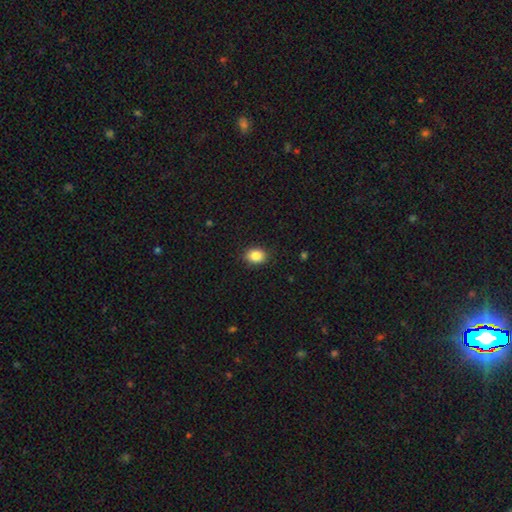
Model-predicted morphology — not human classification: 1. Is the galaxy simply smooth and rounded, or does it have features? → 86% smooth, 9% star or artifact, 5% featured or disk.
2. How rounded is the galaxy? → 61% in between, 38% round, 1% cigar-shaped.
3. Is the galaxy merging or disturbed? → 88% none, 9% minor disturbance, 2% major disturbance, 1% merger.